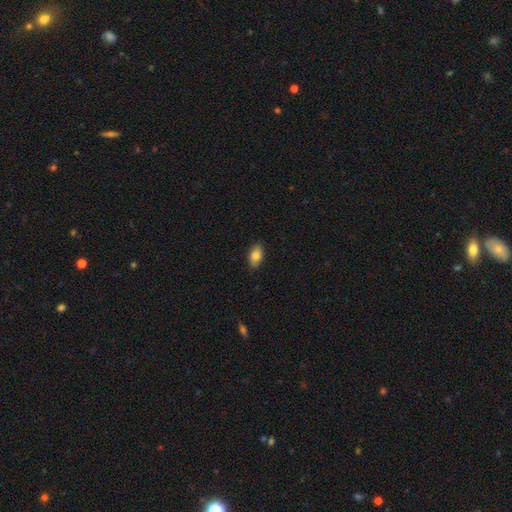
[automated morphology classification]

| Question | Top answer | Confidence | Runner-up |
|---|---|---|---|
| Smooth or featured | smooth | 83% | featured or disk (10%) |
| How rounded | in between | 92% | round (5%) |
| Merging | none | 87% | minor disturbance (11%) |